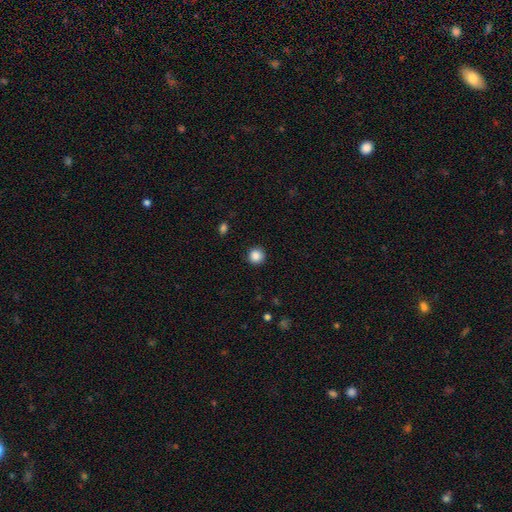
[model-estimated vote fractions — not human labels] smooth 87%, star or artifact 10%, featured or disk 3%. Down the decision tree: how rounded — round (95%); merging — none (92%).